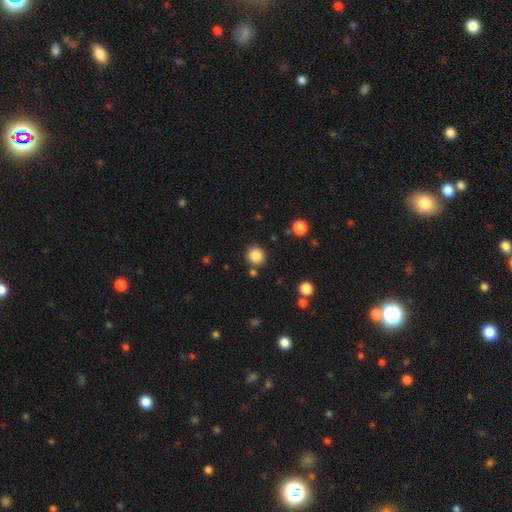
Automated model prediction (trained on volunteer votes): This appears to be a smooth galaxy with no disk features (86%) that is round (92%). Merging: none (85%).